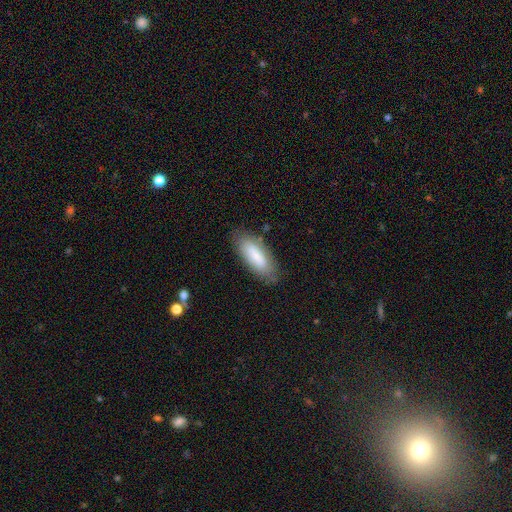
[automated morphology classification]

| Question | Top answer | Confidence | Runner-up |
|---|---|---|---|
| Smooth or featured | smooth | 79% | featured or disk (15%) |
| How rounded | in between | 71% | cigar-shaped (27%) |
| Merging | none | 80% | minor disturbance (15%) |